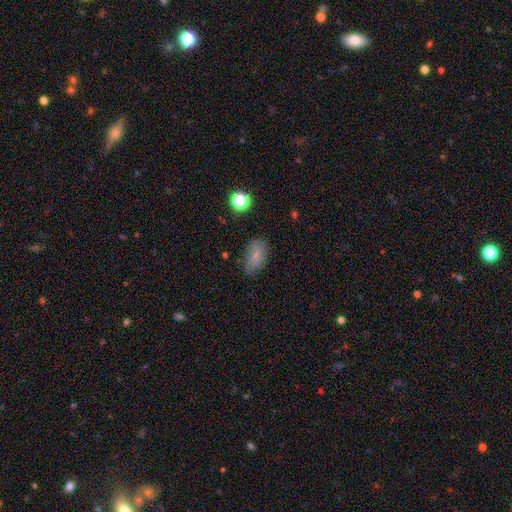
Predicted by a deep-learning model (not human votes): Overall: smooth (69%). How rounded: in between (87%). Merging: none (68%).